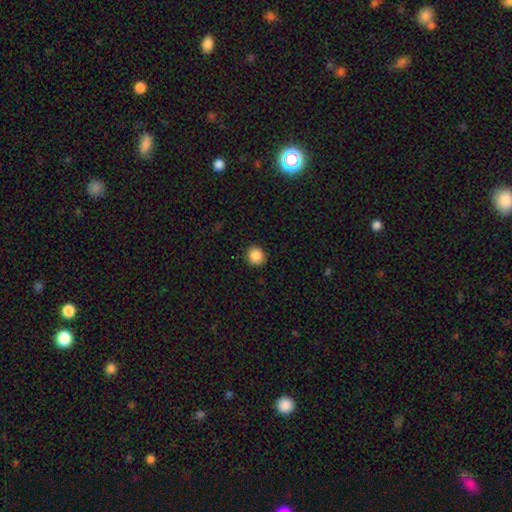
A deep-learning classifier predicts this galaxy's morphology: Smooth or featured? smooth (88%)
How rounded? round (89%)
Merging? none (91%)